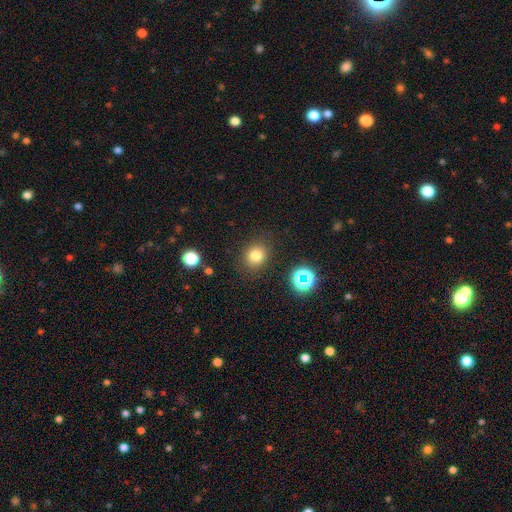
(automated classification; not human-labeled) This is likely a smooth galaxy (78%). How rounded: likely round (78%). Merging: clearly none (85%).